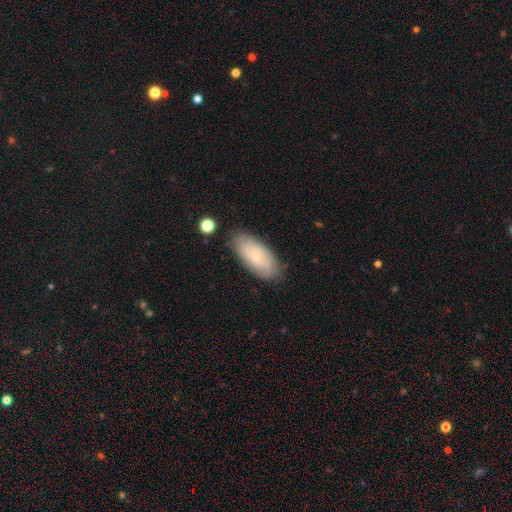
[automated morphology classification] Smooth or featured: smooth — 62% (featured or disk — 31%)
How rounded: in between — 87% (cigar-shaped — 10%)
Merging: none — 79% (minor disturbance — 16%)